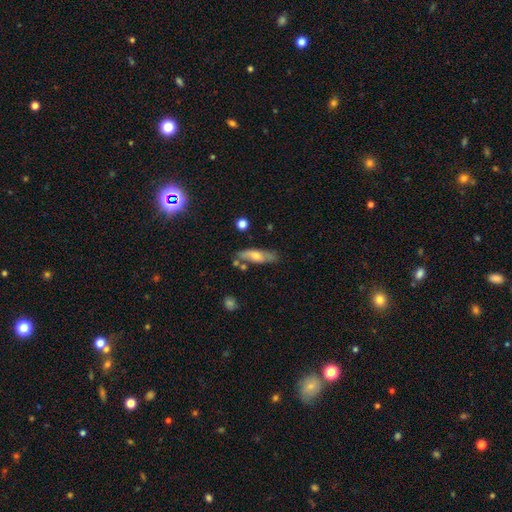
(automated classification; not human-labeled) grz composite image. It shows a smooth galaxy with no disk features (56%) that is in between round and cigar-shaped (49%). Merging: none (70%).